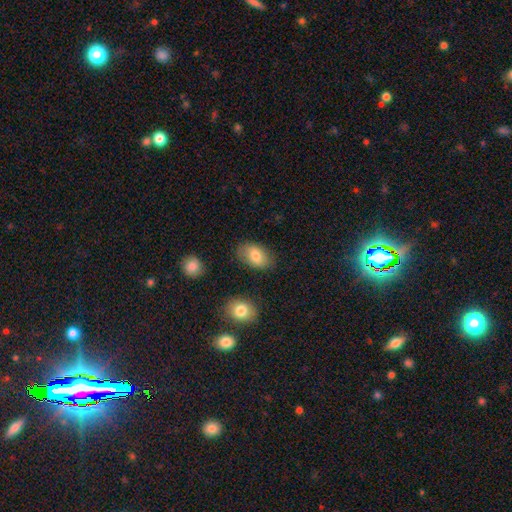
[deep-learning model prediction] smooth_or_featured: smooth (p=0.80) [alt: featured or disk p=0.13]
how_rounded: in between (p=0.89) [alt: round p=0.10]
merging: none (p=0.79) [alt: minor disturbance p=0.15]